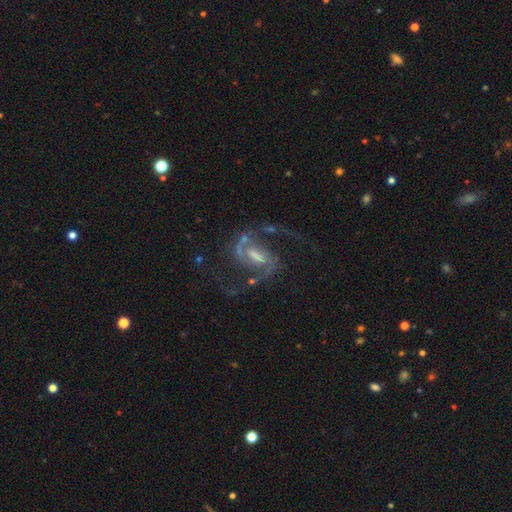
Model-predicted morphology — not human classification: The model was most divided on "bulge size": moderate: 37%, small: 36%, none: 18%, large: 7%, dominant: 1%. Remaining: spiral arms — yes (98%); edge-on disk — no (97%); spiral arm count — 2 (93%); smooth or featured — featured or disk (90%); merging — none (69%); spiral winding — medium (53%); bar — weak (50%).